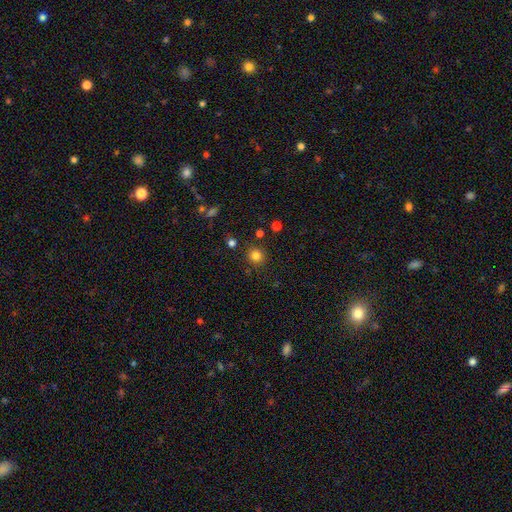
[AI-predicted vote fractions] This is clearly a smooth galaxy (81%). How rounded: clearly round (92%). Merging: clearly none (88%).